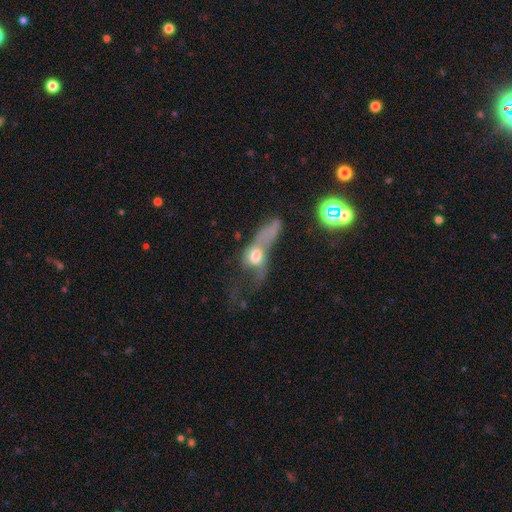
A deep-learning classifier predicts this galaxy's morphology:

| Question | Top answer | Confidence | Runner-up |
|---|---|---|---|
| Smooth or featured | smooth | 51% | featured or disk (39%) |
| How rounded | in between | 63% | round (22%) |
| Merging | major disturbance | 54% | merger (22%) |